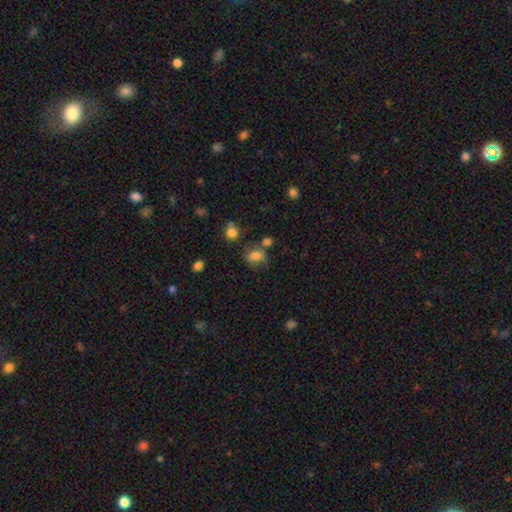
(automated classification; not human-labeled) Smooth or featured?
  - smooth: 72% *
  - featured or disk: 15%
  - star or artifact: 13%
How rounded?
  - in between: 62% *
  - round: 36%
  - cigar-shaped: 2%
Merging?
  - none: 54% *
  - minor disturbance: 21%
  - merger: 15%
  - major disturbance: 10%